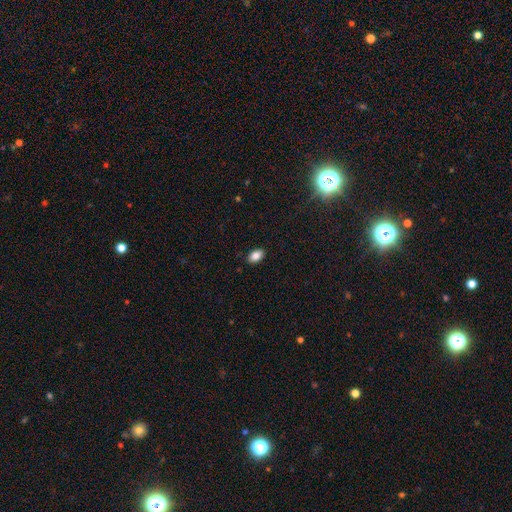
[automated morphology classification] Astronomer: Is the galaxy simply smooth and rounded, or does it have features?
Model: smooth — 86%.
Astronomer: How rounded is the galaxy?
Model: in between — 90%.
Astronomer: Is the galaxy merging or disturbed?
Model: none — 89%.